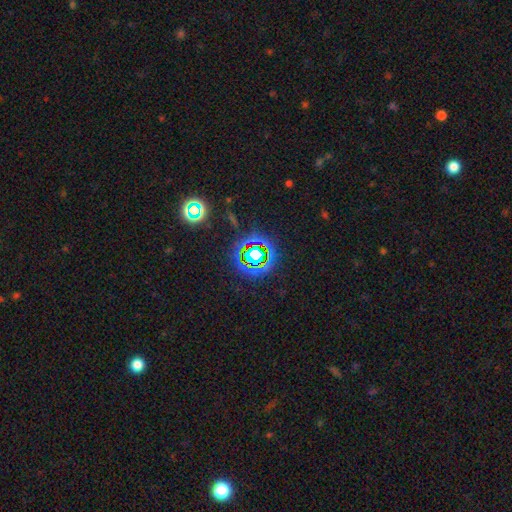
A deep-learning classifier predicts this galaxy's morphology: star or artifact 71%, smooth 16%, featured or disk 13%.